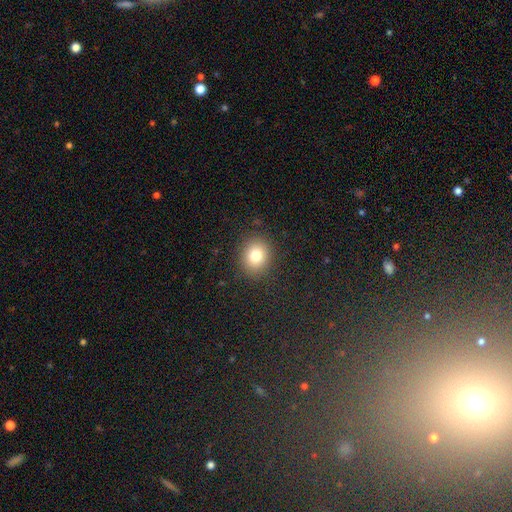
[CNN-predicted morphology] The model was most divided on "how rounded": round: 72%, in between: 27%, cigar-shaped: 1%. More confident: merging — none (88%); smooth or featured — smooth (80%).